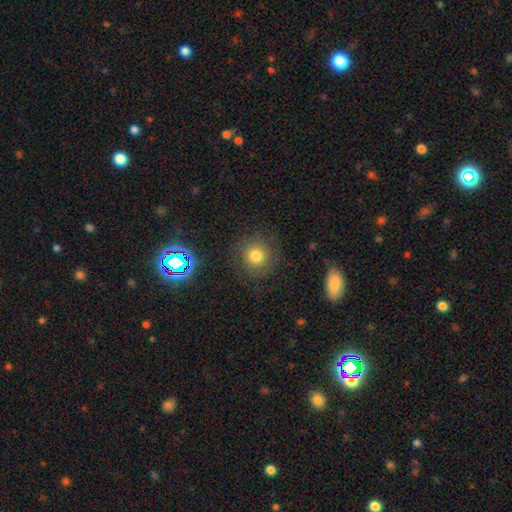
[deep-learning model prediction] smooth-or-featured: smooth: 70% | star or artifact: 15% | featured or disk: 15%
  how-rounded: round: 94% | in between: 5% | cigar-shaped: 1%
  merging: none: 84% | minor disturbance: 10% | major disturbance: 5% | merger: 1%